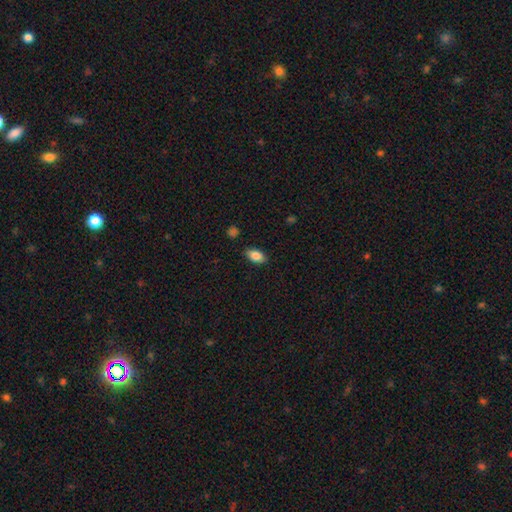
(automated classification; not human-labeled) Smooth or featured?
  - smooth: 85% *
  - star or artifact: 8%
  - featured or disk: 7%
How rounded?
  - in between: 91% *
  - round: 6%
  - cigar-shaped: 3%
Merging?
  - none: 87% *
  - minor disturbance: 10%
  - major disturbance: 2%
  - merger: 1%